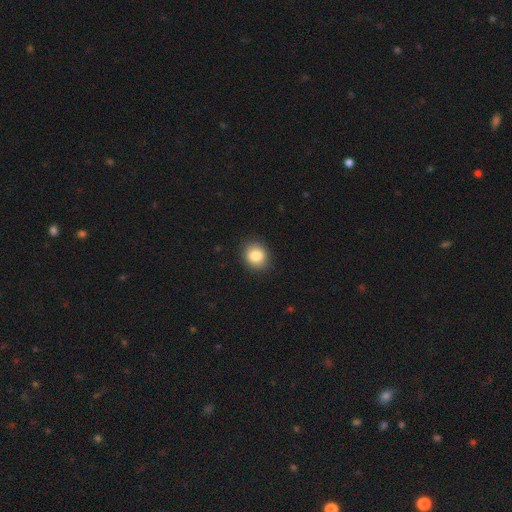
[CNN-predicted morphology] A smooth galaxy with no disk features (83%) that is round (66%).

Vote fractions:
- Smooth or featured? smooth: 83% / star or artifact: 9% / featured or disk: 8%
- How rounded? round: 66% / in between: 33% / cigar-shaped: 1%
- Merging? none: 89% / minor disturbance: 8% / major disturbance: 2% / merger: 1%